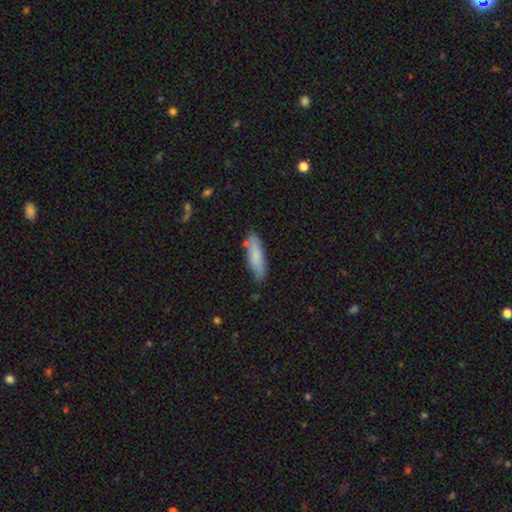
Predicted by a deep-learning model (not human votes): A smooth galaxy with no disk features (77%) that is cigar-shaped (62%). Merging: none (76%).